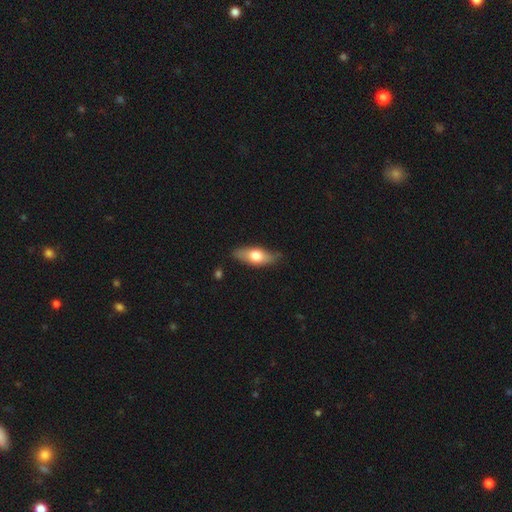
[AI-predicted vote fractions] This is possibly a smooth galaxy (60%). How rounded: likely in between (73%). Merging: likely none (76%).